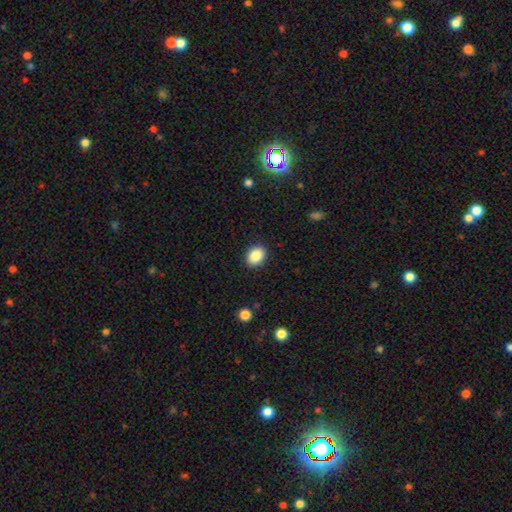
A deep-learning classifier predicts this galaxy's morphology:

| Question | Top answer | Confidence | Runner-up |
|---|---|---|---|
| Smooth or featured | smooth | 88% | star or artifact (8%) |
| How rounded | in between | 63% | round (36%) |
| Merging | none | 89% | minor disturbance (8%) |